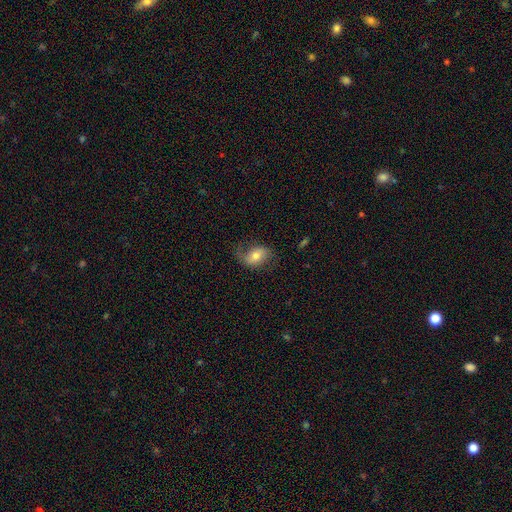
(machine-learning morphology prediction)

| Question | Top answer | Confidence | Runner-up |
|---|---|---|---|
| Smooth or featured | featured or disk | 46% | tied: smooth (46%) |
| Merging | none | 63% | minor disturbance (22%) |